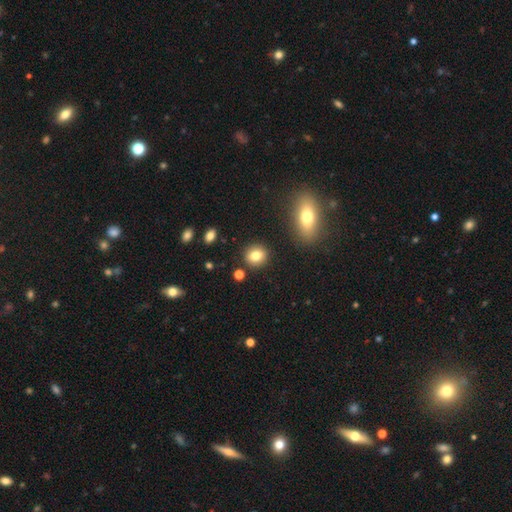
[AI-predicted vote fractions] smooth_or_featured: smooth (p=0.81) [alt: star or artifact p=0.10]
how_rounded: round (p=0.80) [alt: in between p=0.19]
merging: none (p=0.88) [alt: minor disturbance p=0.07]